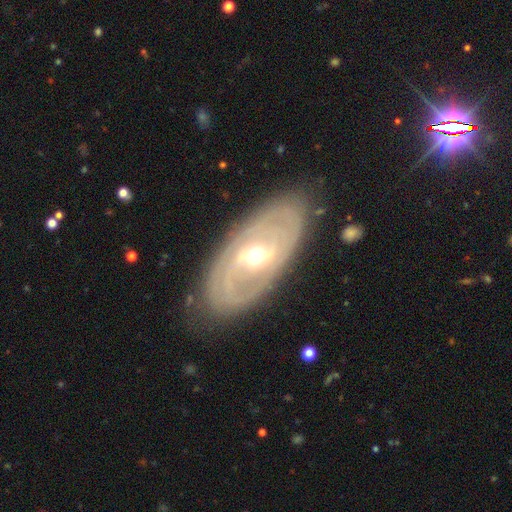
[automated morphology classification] Q: Smooth or featured?
A: featured or disk (83%); runner-up: smooth (12%)
Q: Edge-on disk?
A: no (91%); runner-up: yes (9%)
Q: Bar?
A: no (45%); runner-up: weak (39%)
Q: Spiral arms?
A: yes (86%); runner-up: no (14%)
Q: Spiral winding?
A: tight (69%); runner-up: medium (23%)
Q: Spiral arm count?
A: 2 (39%); runner-up: can't tell (38%)
Q: Bulge size?
A: moderate (69%); runner-up: small (25%)
Q: Merging?
A: none (82%); runner-up: minor disturbance (13%)